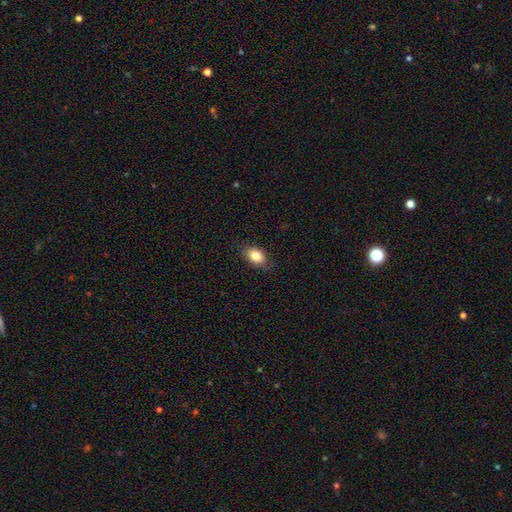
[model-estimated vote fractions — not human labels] Morphology: type=smooth (82%); roundness=in between (84%); merging=none (85%).